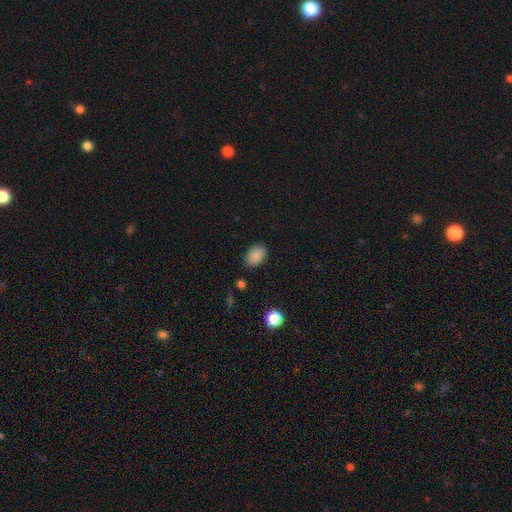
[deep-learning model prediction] Smooth or featured? Predicted: smooth (p=0.87). How rounded? Predicted: in between (p=0.80). Merging? Predicted: none (p=0.83).